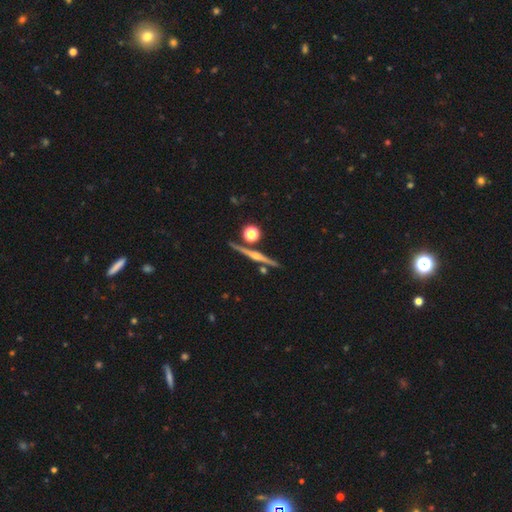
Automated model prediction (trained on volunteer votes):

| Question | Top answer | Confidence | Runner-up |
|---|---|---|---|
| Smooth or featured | featured or disk | 80% | smooth (12%) |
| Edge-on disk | yes | 98% | no (2%) |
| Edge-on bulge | rounded | 88% | none (6%) |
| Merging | none | 86% | minor disturbance (7%) |